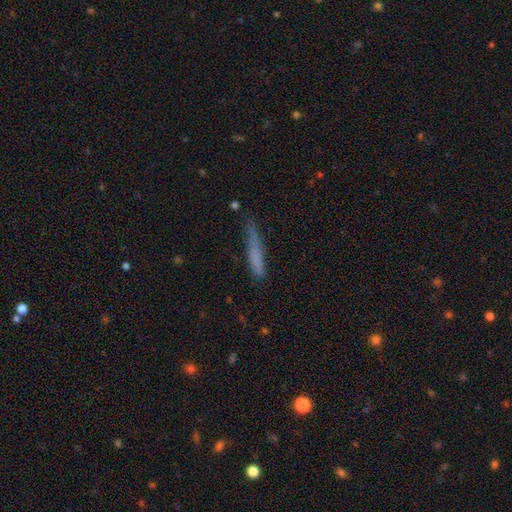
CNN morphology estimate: Smooth or featured: smooth — 70% (featured or disk — 21%)
How rounded: cigar-shaped — 92% (in between — 6%)
Merging: none — 61% (minor disturbance — 28%)